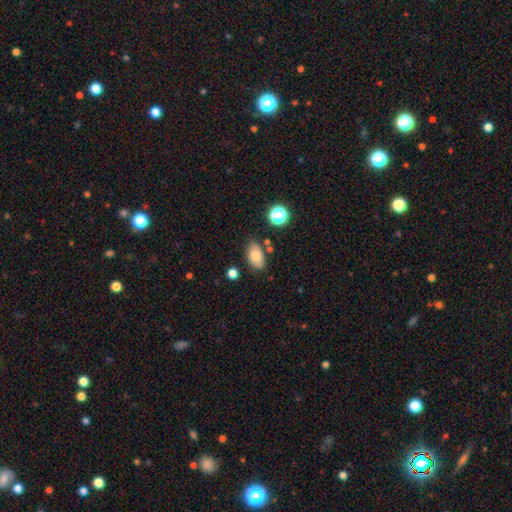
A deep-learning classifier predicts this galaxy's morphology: A smooth galaxy with no disk features (78%) that is in between round and cigar-shaped (89%).

Vote fractions:
- Smooth or featured? smooth: 78% / featured or disk: 12% / star or artifact: 10%
- How rounded? in between: 89% / round: 9% / cigar-shaped: 2%
- Merging? none: 76% / minor disturbance: 15% / merger: 5% / major disturbance: 3%